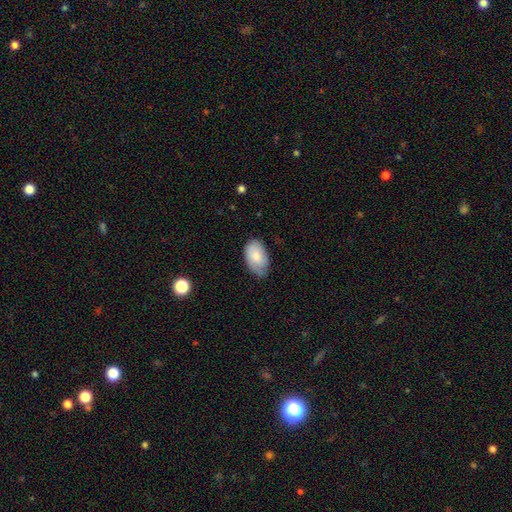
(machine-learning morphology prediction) Smooth or featured?
  - smooth: 71% *
  - featured or disk: 23%
  - star or artifact: 6%
How rounded?
  - in between: 93% *
  - round: 5%
  - cigar-shaped: 1%
Merging?
  - none: 63% *
  - minor disturbance: 30%
  - major disturbance: 6%
  - merger: 1%